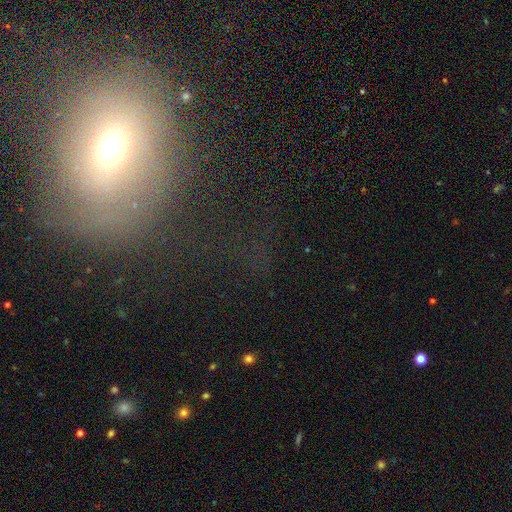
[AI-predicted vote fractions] Smooth or featured: star or artifact — 39% (smooth — 36%)